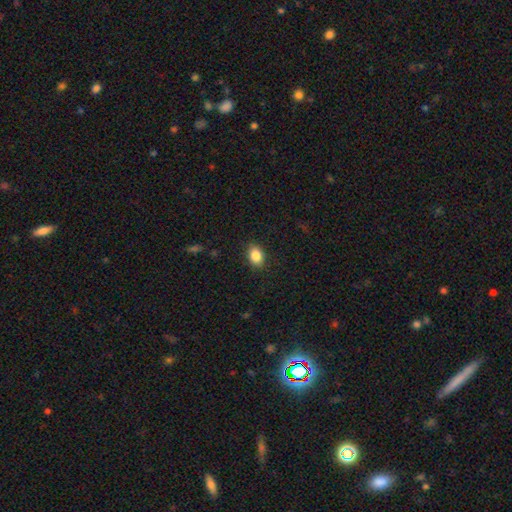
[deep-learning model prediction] Overall: smooth (86%). How rounded: in between (80%). Merging: none (87%).